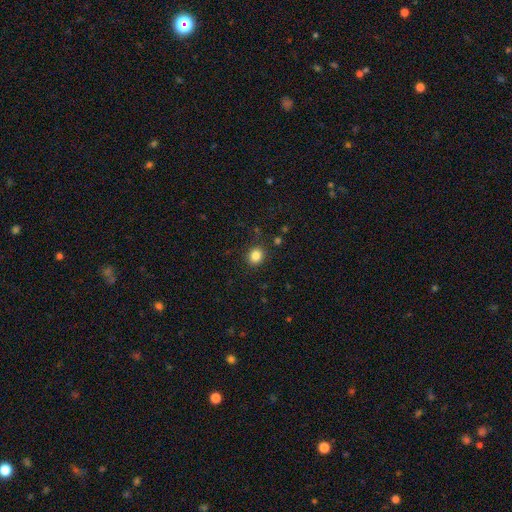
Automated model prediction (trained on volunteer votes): The model was most divided on "how rounded": round: 76%, in between: 23%, cigar-shaped: 1%. More confident: merging — none (87%); smooth or featured — smooth (84%).